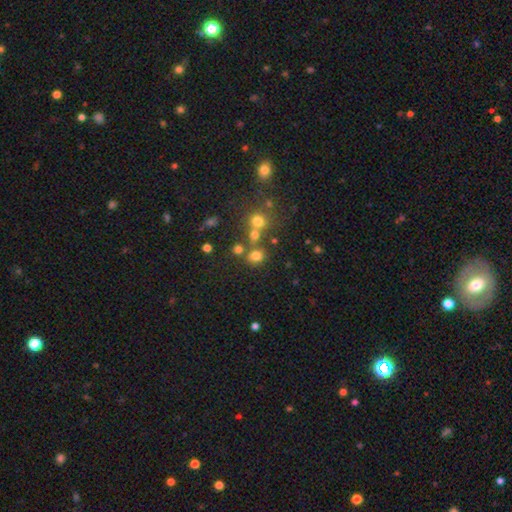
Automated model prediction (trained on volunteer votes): Q: Smooth or featured?
A: smooth (72%); runner-up: star or artifact (20%)
Q: How rounded?
A: round (67%); runner-up: in between (32%)
Q: Merging?
A: none (66%); runner-up: merger (19%)